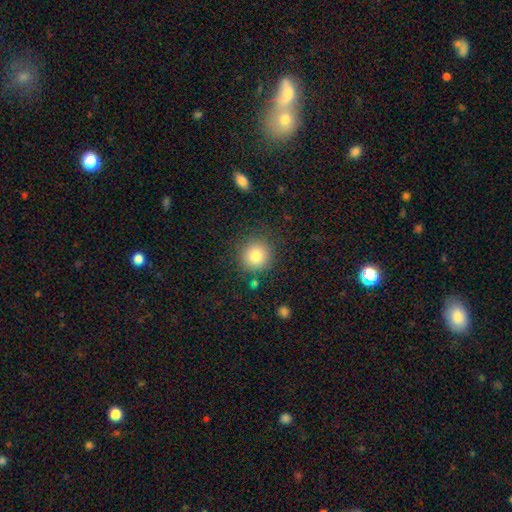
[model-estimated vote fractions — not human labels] Smooth or featured? smooth (82%)
How rounded? round (92%)
Merging? none (85%)